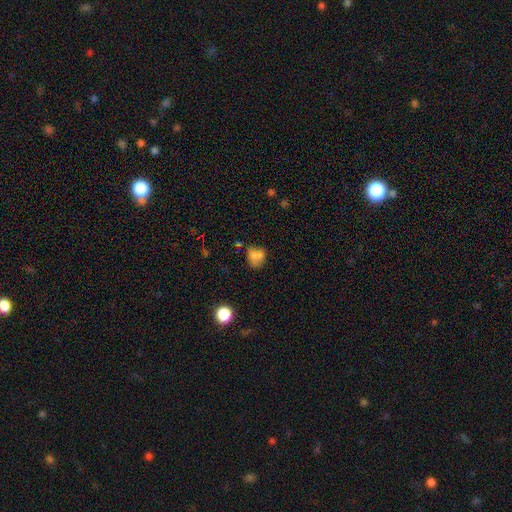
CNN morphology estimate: smooth-or-featured: smooth: 70% | featured or disk: 16% | star or artifact: 14%
  how-rounded: in between: 52% | round: 46% | cigar-shaped: 2%
  merging: none: 39% | merger: 31% | minor disturbance: 20% | major disturbance: 11%